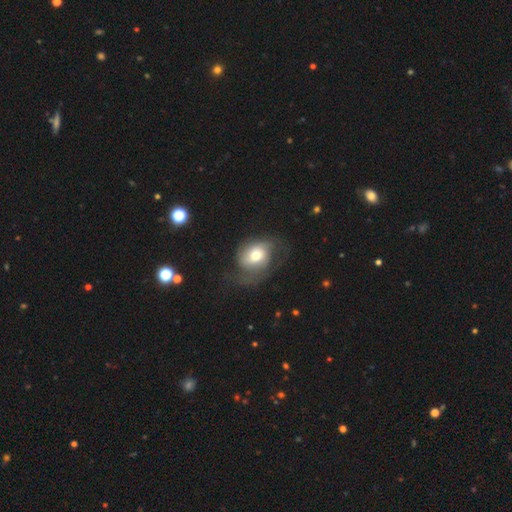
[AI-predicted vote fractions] smooth 47%, featured or disk 45%, star or artifact 8%. Down the decision tree: merging — none (44%).